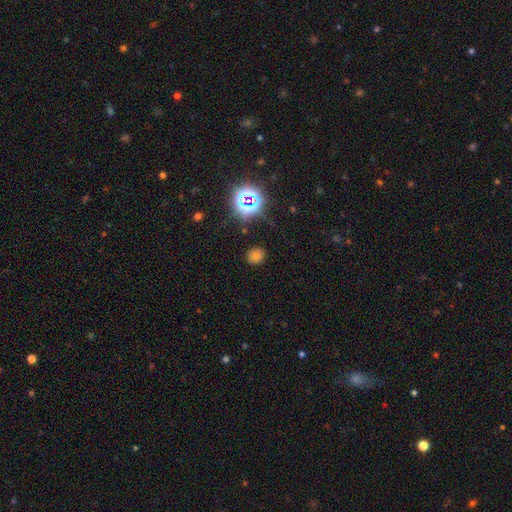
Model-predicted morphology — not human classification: This appears to be a smooth galaxy with no disk features (56%) that is round (81%). Merging: none (86%).